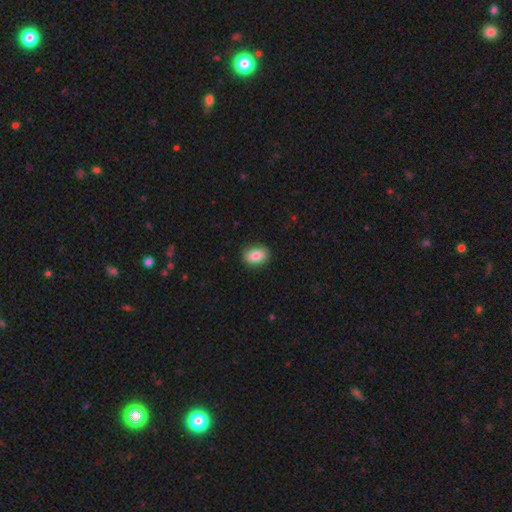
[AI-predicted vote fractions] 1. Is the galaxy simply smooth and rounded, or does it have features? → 85% smooth, 8% star or artifact, 7% featured or disk.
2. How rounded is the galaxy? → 79% in between, 20% round, 1% cigar-shaped.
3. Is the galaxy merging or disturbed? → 87% none, 10% minor disturbance, 2% major disturbance, 1% merger.